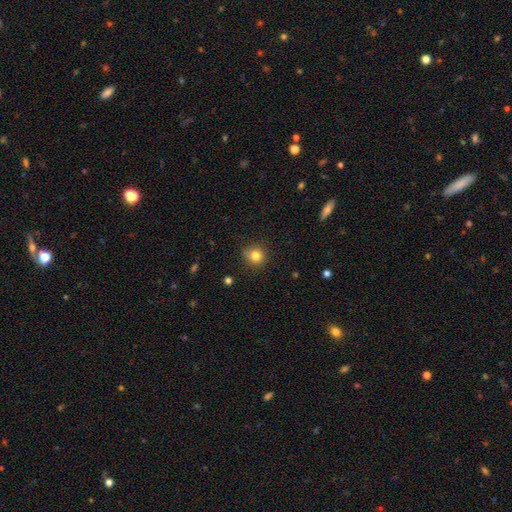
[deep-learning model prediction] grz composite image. It shows a smooth galaxy with no disk features (79%) that is round (87%). Merging: none (75%).